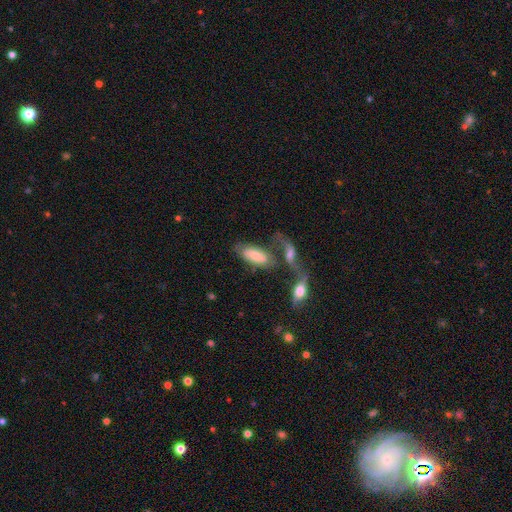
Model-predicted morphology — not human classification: type=smooth (64%); roundness=in between (85%); merging=none (36%, tied with merger).